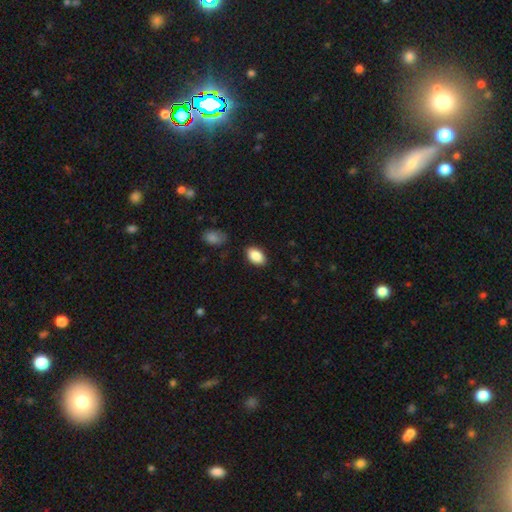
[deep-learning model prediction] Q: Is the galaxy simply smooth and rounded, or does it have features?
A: smooth — 87%.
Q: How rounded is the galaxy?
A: in between — 90%.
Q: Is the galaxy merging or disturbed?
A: none — 85%.